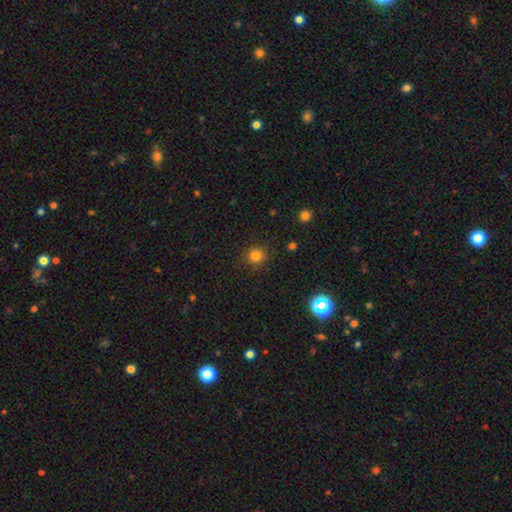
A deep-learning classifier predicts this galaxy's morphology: The model was most divided on "smooth or featured": smooth: 81%, star or artifact: 14%, featured or disk: 5%. More confident: how rounded — round (89%); merging — none (88%).